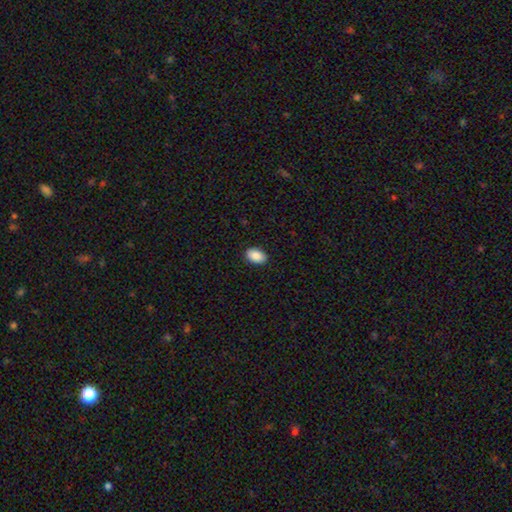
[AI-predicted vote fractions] The model was most divided on "merging": none: 90%, minor disturbance: 7%, major disturbance: 2%, merger: 1%. More confident: how rounded — in between (92%); smooth or featured — smooth (90%).